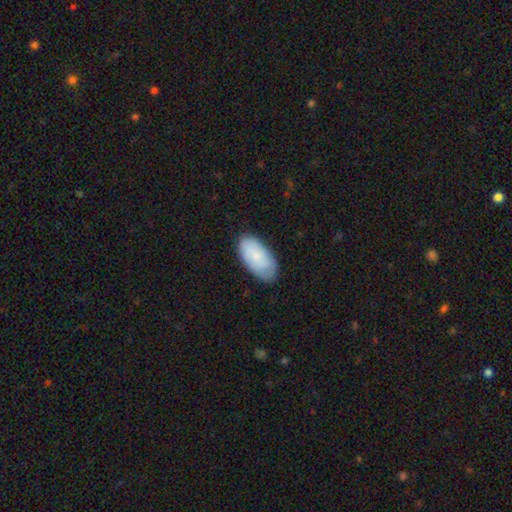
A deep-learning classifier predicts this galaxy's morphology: The model was most divided on "smooth or featured": smooth: 68%, featured or disk: 27%, star or artifact: 6%. More confident: how rounded — in between (95%); merging — none (78%).